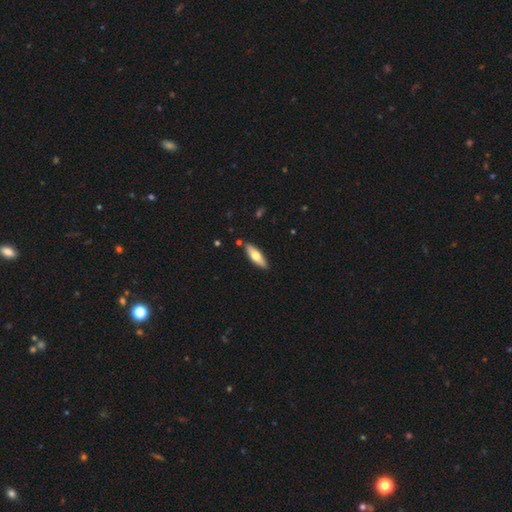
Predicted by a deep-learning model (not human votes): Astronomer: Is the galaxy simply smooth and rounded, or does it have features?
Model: smooth — 59% (runner-up: featured or disk, 35%).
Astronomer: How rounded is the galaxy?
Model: in between — 50% (runner-up: cigar-shaped, 48%).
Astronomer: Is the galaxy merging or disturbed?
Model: none — 88%.